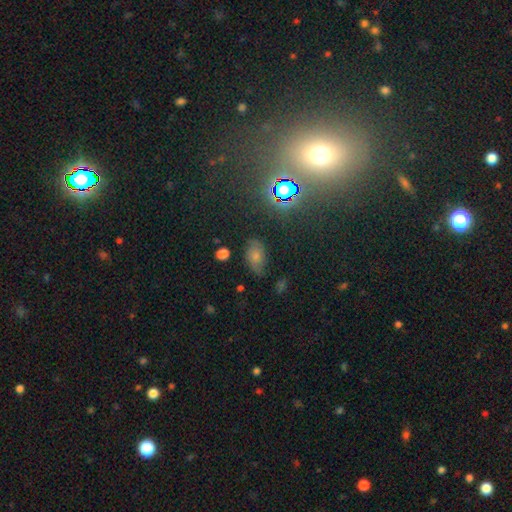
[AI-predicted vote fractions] Q: Smooth or featured?
A: smooth (57%); runner-up: star or artifact (22%)
Q: How rounded?
A: in between (88%); runner-up: round (9%)
Q: Merging?
A: none (62%); runner-up: minor disturbance (26%)